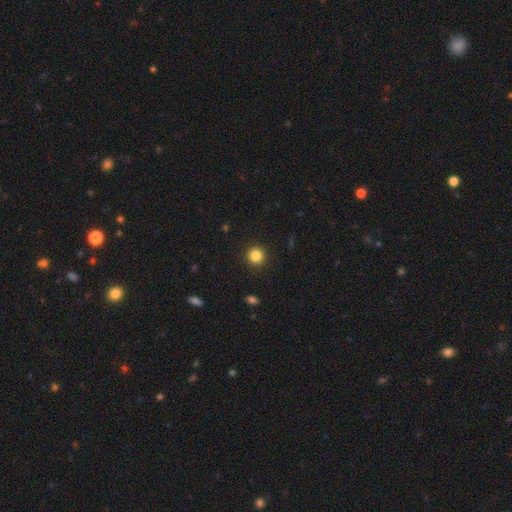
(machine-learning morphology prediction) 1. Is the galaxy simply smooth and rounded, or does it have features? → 85% smooth, 11% star or artifact, 4% featured or disk.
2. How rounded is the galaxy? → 94% round, 5% in between, 1% cigar-shaped.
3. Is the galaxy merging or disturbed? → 92% none, 5% minor disturbance, 2% major disturbance, 1% merger.